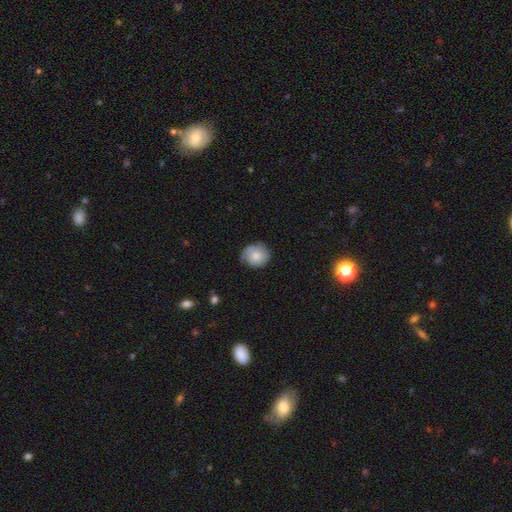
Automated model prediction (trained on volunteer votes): Smooth or featured: smooth — 67% (featured or disk — 25%)
How rounded: round — 77% (in between — 22%)
Merging: none — 64% (minor disturbance — 28%)